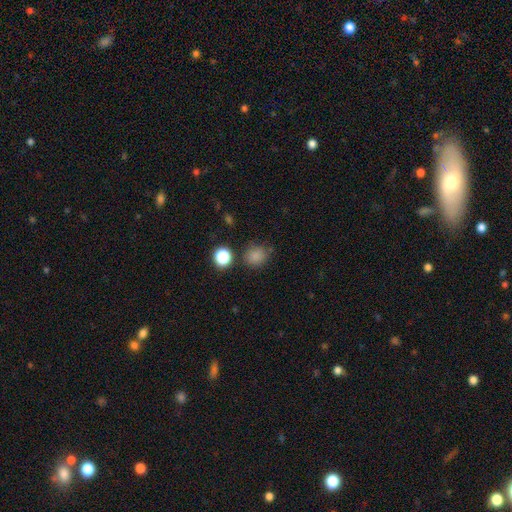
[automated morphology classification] type=smooth (81%); roundness=round (81%); merging=none (78%).